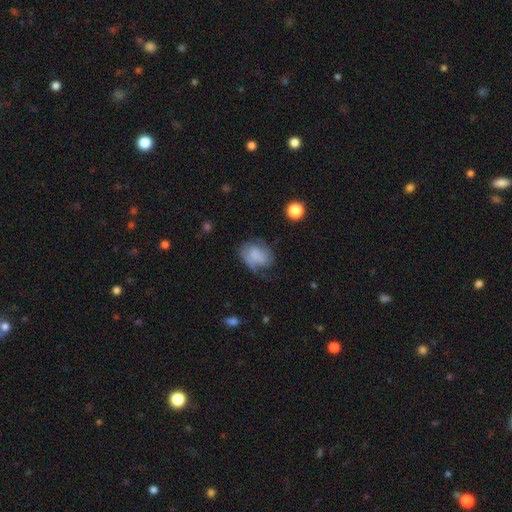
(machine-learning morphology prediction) smooth 49%, featured or disk 42%, star or artifact 9%. Down the decision tree: merging — none (47%).